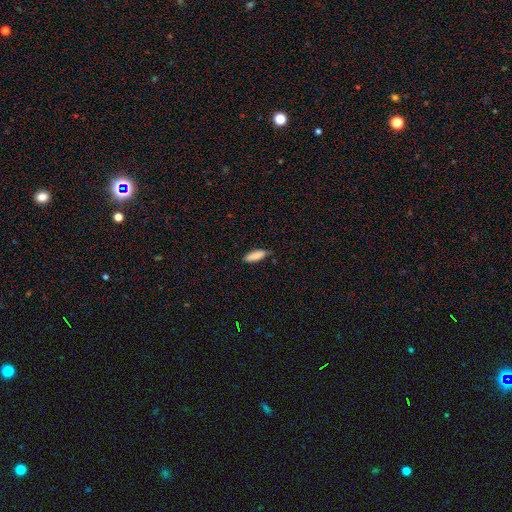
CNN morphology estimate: smooth 88%, star or artifact 6%, featured or disk 6%. Down the decision tree: how rounded — in between (51%); merging — none (78%).